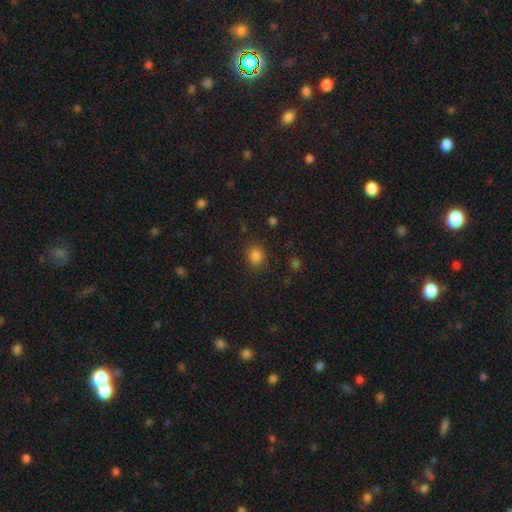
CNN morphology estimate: smooth-or-featured: smooth: 84% | star or artifact: 12% | featured or disk: 4%
  how-rounded: round: 68% | in between: 31% | cigar-shaped: 1%
  merging: none: 86% | minor disturbance: 10% | major disturbance: 3% | merger: 1%